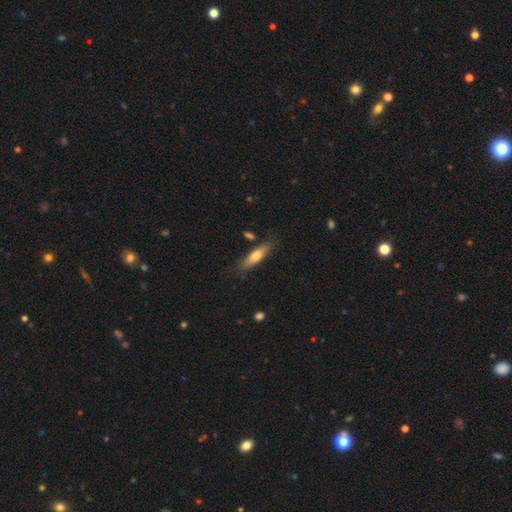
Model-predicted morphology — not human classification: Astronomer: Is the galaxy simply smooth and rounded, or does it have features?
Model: smooth — 68%.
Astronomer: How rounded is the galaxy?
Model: cigar-shaped — 62%.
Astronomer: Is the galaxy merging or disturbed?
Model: none — 79%.